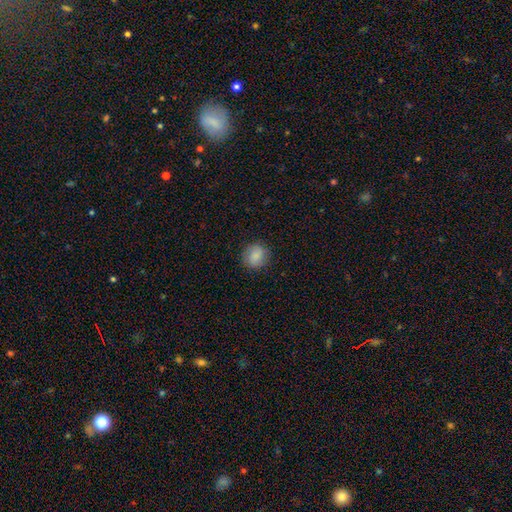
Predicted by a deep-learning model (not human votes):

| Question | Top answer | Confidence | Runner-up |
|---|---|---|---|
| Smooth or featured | smooth | 87% | star or artifact (8%) |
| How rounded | round | 84% | in between (15%) |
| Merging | none | 88% | minor disturbance (8%) |